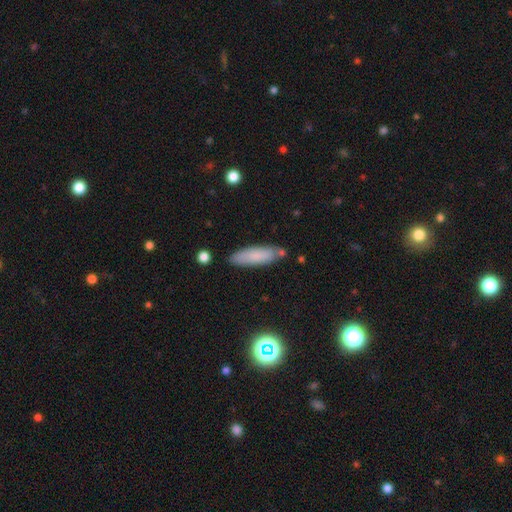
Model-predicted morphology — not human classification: A smooth galaxy with no disk features (79%) that is cigar-shaped (60%). Merging: none (79%).